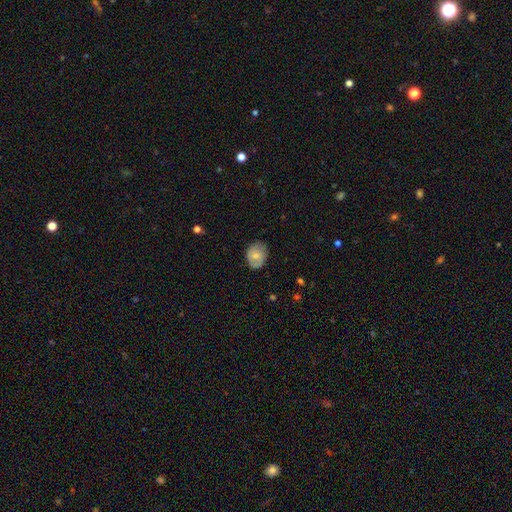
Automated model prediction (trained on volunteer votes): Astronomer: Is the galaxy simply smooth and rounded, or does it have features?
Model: smooth — 68%.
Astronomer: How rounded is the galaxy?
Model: in between — 58% (runner-up: round, 41%).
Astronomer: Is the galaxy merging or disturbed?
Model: none — 72%.